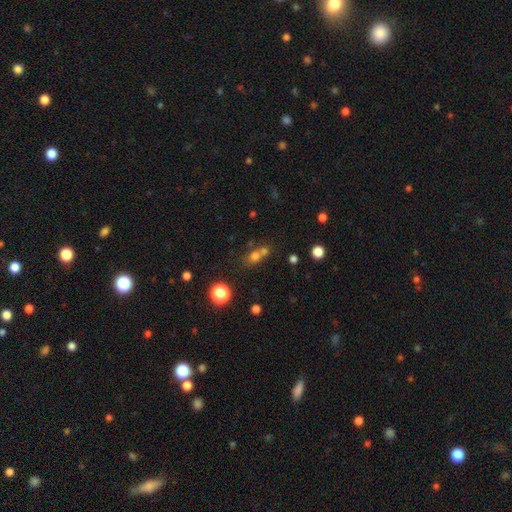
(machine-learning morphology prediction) Smooth or featured: smooth — 66% (star or artifact — 22%)
How rounded: round — 67% (in between — 31%)
Merging: merger — 44% (none — 42%)